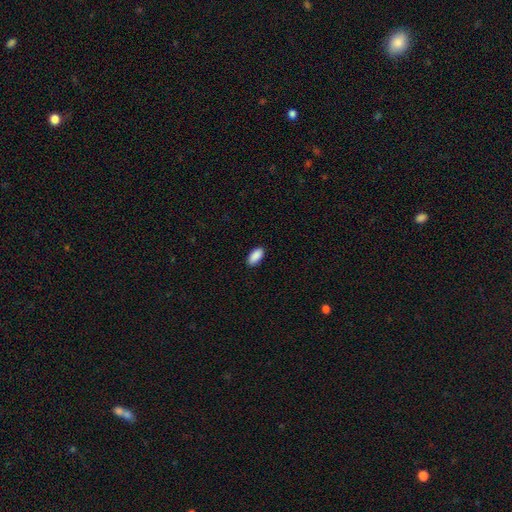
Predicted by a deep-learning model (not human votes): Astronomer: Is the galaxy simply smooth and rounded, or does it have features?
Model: smooth — 91%.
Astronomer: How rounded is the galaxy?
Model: in between — 93%.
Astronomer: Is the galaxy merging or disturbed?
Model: none — 89%.